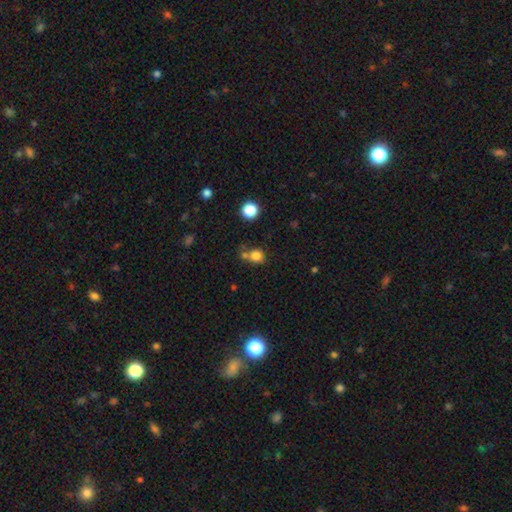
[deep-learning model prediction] Q: Smooth or featured?
A: smooth (80%); runner-up: star or artifact (13%)
Q: How rounded?
A: round (77%); runner-up: in between (22%)
Q: Merging?
A: none (57%); runner-up: merger (28%)